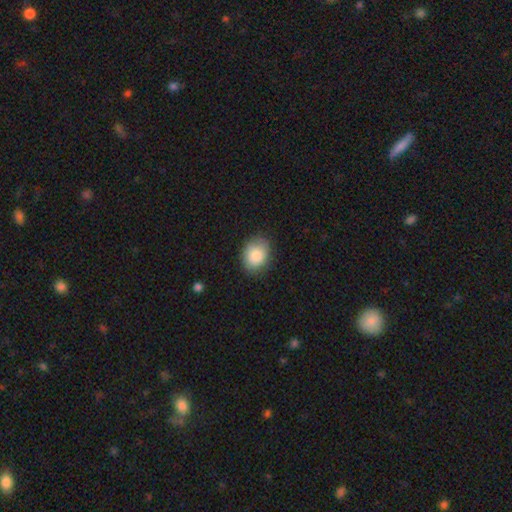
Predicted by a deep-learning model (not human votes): Q: Smooth or featured?
A: smooth (85%); runner-up: star or artifact (8%)
Q: How rounded?
A: in between (59%); runner-up: round (40%)
Q: Merging?
A: none (84%); runner-up: minor disturbance (13%)